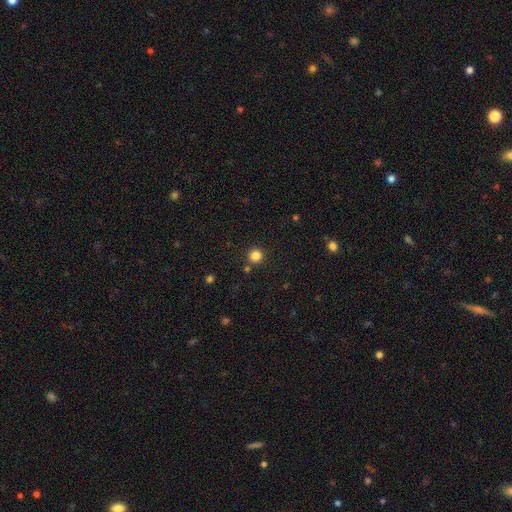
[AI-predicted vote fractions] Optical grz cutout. It shows a smooth galaxy with no disk features (83%) that is round (94%). Merging: none (87%).